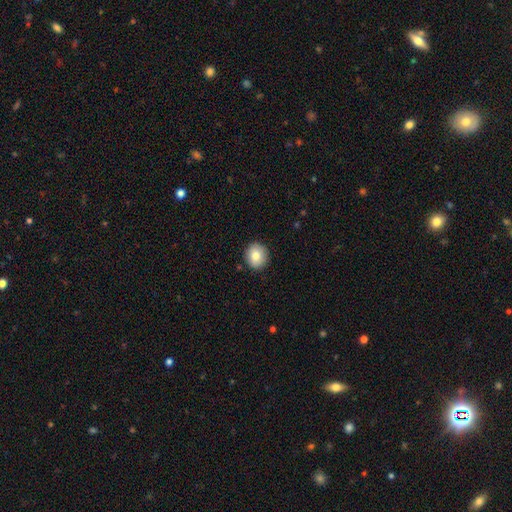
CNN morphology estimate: smooth_or_featured: smooth (p=0.82) [alt: featured or disk p=0.10]
how_rounded: round (p=0.83) [alt: in between p=0.16]
merging: none (p=0.90) [alt: minor disturbance p=0.07]